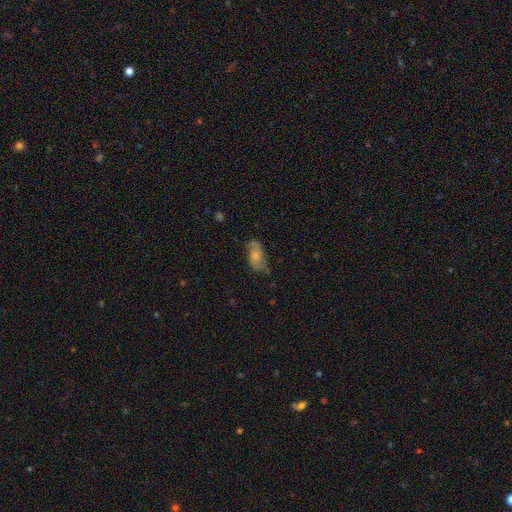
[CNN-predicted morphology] Smooth or featured: featured or disk — 59% (smooth — 32%)
Edge-on disk: no — 95% (yes — 5%)
Bar: no — 64% (weak — 31%)
Spiral arms: yes — 87% (no — 13%)
Bulge size: small — 34% (moderate — 29%)
Merging: none — 61% (minor disturbance — 23%)